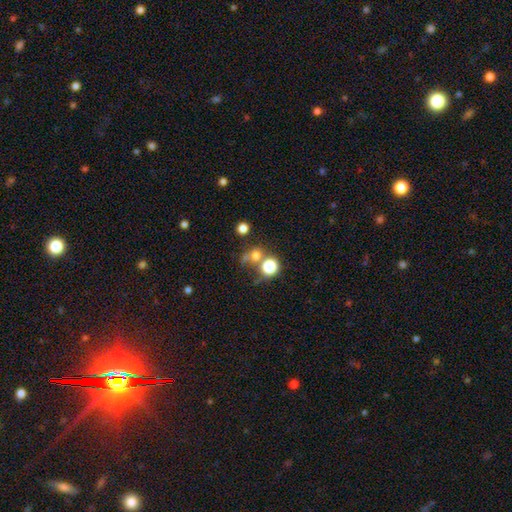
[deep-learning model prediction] smooth 64%, star or artifact 24%, featured or disk 12%. Down the decision tree: how rounded — round (87%); merging — none (53%).